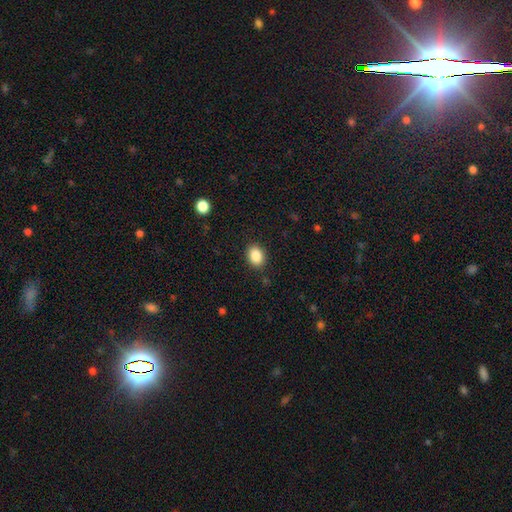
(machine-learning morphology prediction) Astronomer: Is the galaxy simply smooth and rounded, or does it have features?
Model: smooth — 87%.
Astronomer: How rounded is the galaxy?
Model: in between — 64%.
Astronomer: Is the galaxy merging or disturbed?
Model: none — 89%.